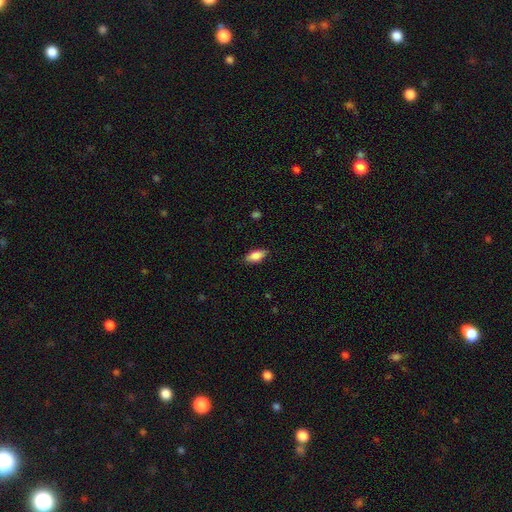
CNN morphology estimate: The model was most divided on "merging": none: 85%, minor disturbance: 12%, major disturbance: 2%, merger: 1%. More confident: how rounded — in between (87%); smooth or featured — smooth (84%).